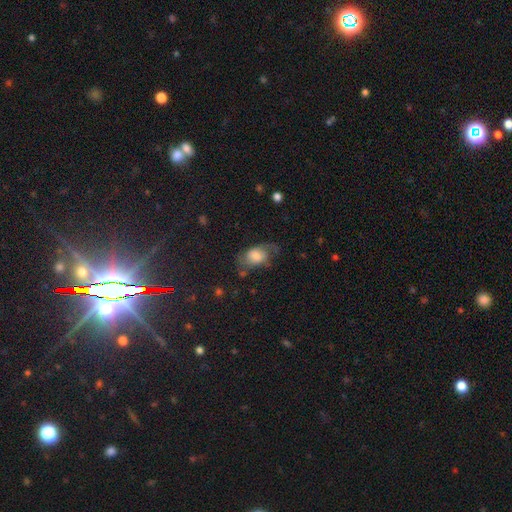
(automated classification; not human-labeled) Smooth or featured? Predicted: smooth (p=0.52). How rounded? Predicted: in between (p=0.81). Merging? Predicted: none (p=0.45).